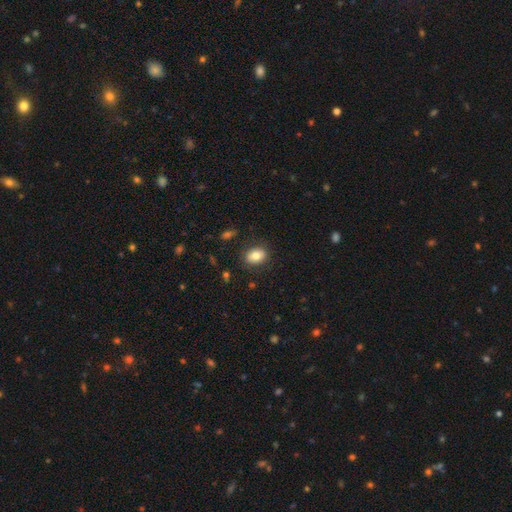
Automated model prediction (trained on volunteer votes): Smooth or featured: smooth — 81% (featured or disk — 11%)
How rounded: in between — 70% (round — 29%)
Merging: none — 85% (minor disturbance — 10%)